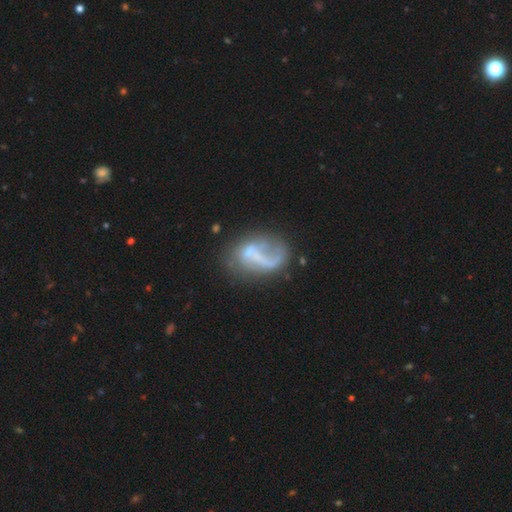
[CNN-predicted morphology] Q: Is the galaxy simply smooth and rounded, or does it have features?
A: featured or disk — 59%.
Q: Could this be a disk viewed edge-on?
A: no — 97%.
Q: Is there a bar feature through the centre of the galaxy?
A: no — 55%.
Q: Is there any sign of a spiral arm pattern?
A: yes — 55%.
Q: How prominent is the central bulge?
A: none — 62%.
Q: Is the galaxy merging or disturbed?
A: none — 36%.